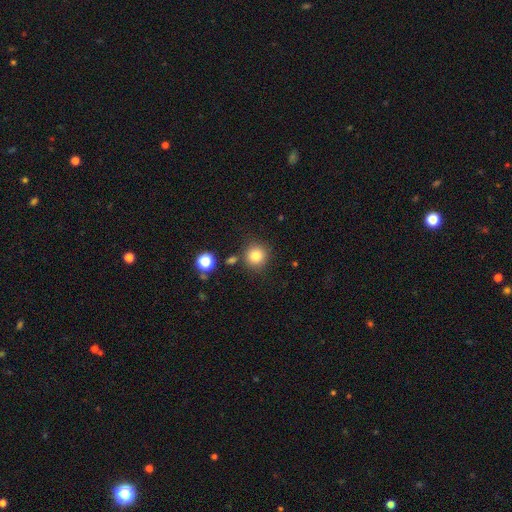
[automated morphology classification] This appears to be a smooth galaxy with no disk features (82%) that is round (92%). Merging: none (83%).